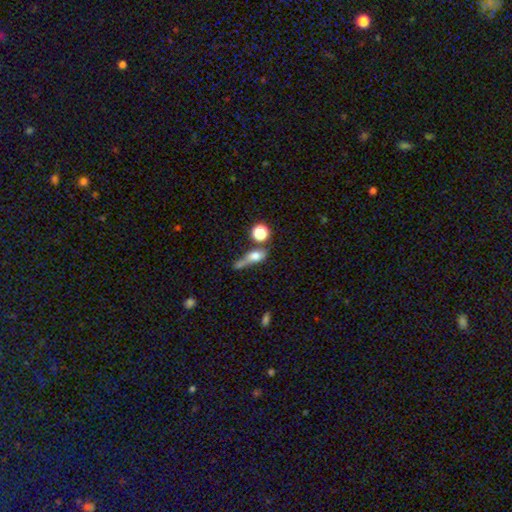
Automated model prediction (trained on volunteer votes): Smooth or featured? Predicted: smooth (p=0.65). How rounded? Predicted: in between (p=0.48). Merging? Predicted: merger (p=0.33).